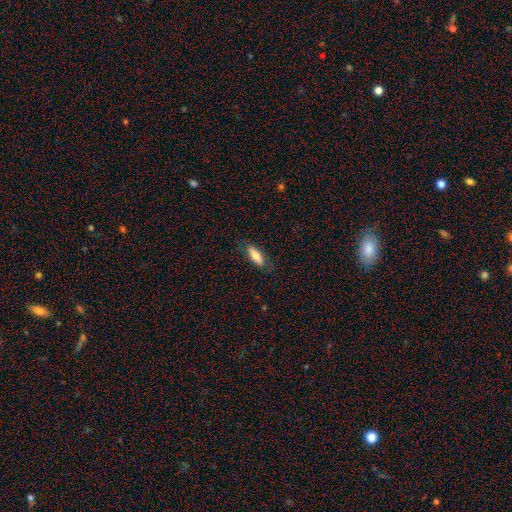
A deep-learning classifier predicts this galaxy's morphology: Smooth or featured? smooth (77%)
How rounded? in between (62%)
Merging? none (77%)